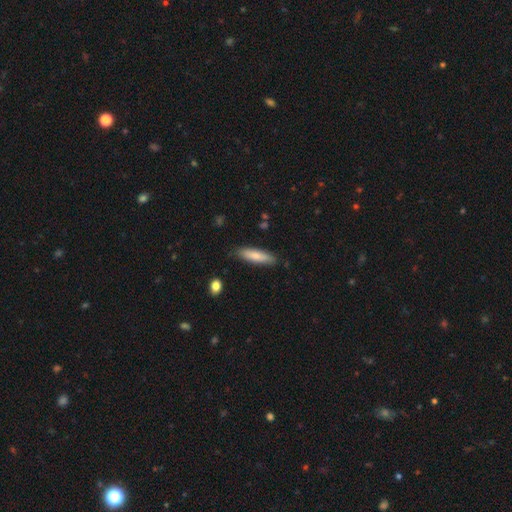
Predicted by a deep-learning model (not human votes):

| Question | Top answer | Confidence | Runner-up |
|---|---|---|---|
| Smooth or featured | smooth | 77% | featured or disk (17%) |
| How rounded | cigar-shaped | 73% | in between (25%) |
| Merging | none | 83% | minor disturbance (13%) |